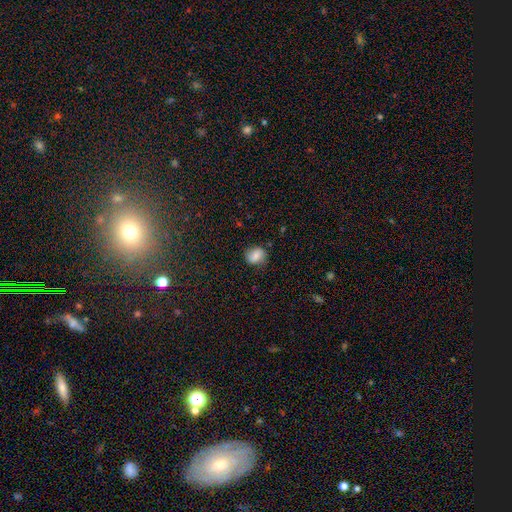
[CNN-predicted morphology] Smooth or featured: smooth — 79% (featured or disk — 12%)
How rounded: round — 63% (in between — 36%)
Merging: none — 80% (minor disturbance — 15%)